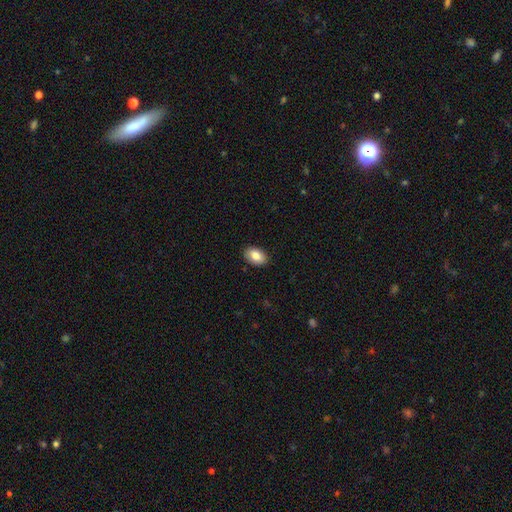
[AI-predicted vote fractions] Smooth or featured? smooth (84%)
How rounded? in between (87%)
Merging? none (88%)